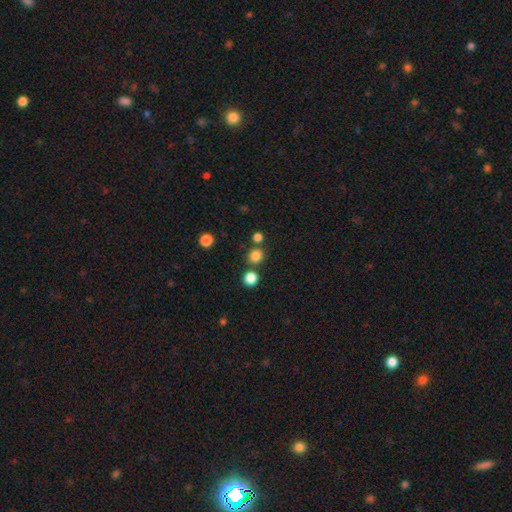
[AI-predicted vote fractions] A smooth galaxy with no disk features (81%) that is round (87%).

Vote fractions:
- Smooth or featured? smooth: 81% / star or artifact: 14% / featured or disk: 4%
- How rounded? round: 87% / in between: 12% / cigar-shaped: 1%
- Merging? none: 78% / merger: 12% / minor disturbance: 7% / major disturbance: 3%